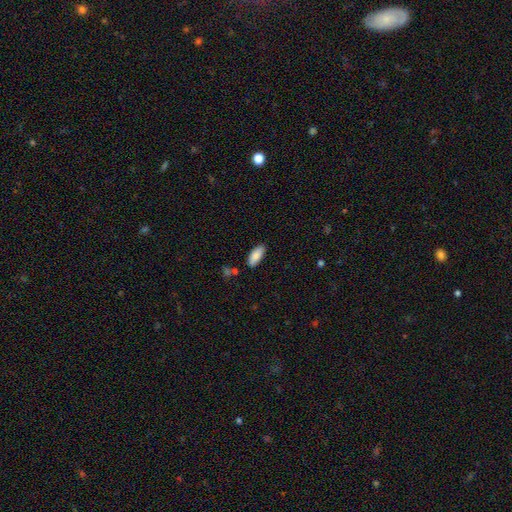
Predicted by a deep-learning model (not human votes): The model was most divided on "how rounded": in between: 85%, cigar-shaped: 13%, round: 2%. More confident: smooth or featured — smooth (86%); merging — none (84%).